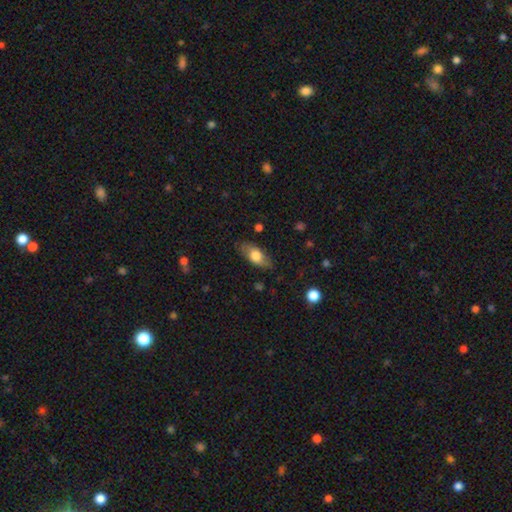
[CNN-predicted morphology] Smooth or featured: smooth — 71% (featured or disk — 23%)
How rounded: in between — 84% (cigar-shaped — 12%)
Merging: none — 81% (minor disturbance — 14%)